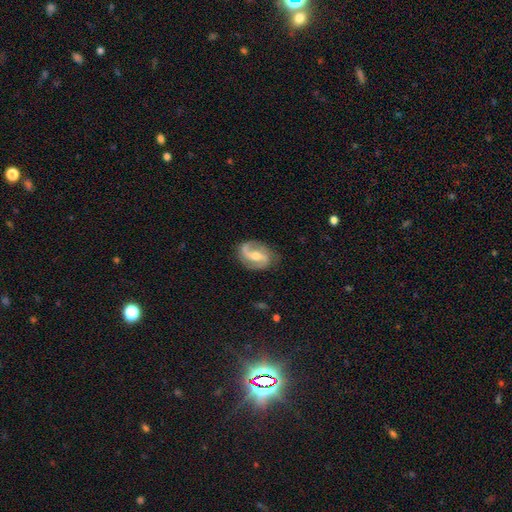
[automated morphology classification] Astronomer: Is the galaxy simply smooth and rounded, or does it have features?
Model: featured or disk — 88%.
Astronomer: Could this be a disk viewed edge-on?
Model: no — 97%.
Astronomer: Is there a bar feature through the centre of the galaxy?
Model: weak — 43% (runner-up: no, 31%).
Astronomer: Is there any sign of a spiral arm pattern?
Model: yes — 97%.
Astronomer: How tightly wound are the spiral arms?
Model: medium — 47% (runner-up: loose, 38%).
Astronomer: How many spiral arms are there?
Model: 2 — 91%.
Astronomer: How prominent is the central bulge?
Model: moderate — 63%.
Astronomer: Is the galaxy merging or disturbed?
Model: none — 80%.